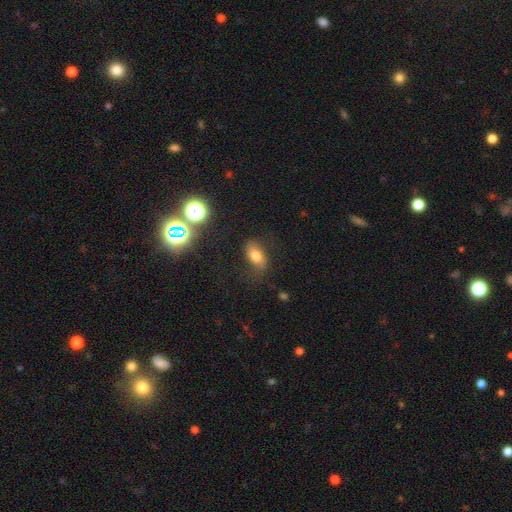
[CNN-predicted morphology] Q: Smooth or featured?
A: smooth (66%); runner-up: featured or disk (21%)
Q: How rounded?
A: in between (86%); runner-up: round (9%)
Q: Merging?
A: none (69%); runner-up: minor disturbance (19%)